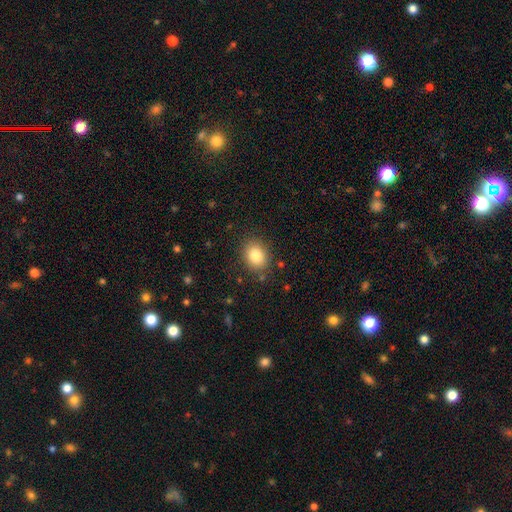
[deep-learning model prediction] smooth 83%, star or artifact 9%, featured or disk 7%. Down the decision tree: how rounded — round (53%); merging — none (85%).